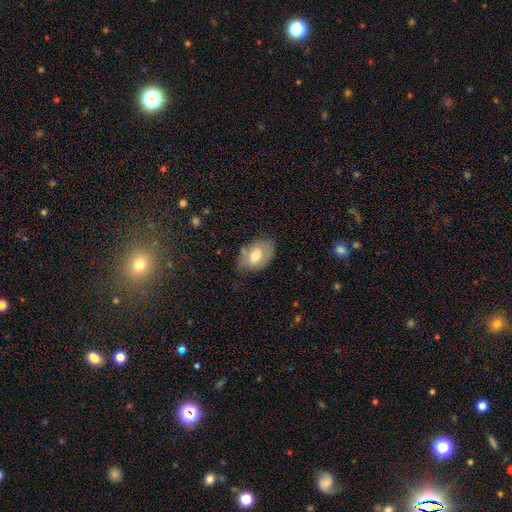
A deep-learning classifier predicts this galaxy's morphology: Smooth or featured? Predicted: smooth (p=0.57). How rounded? Predicted: in between (p=0.85). Merging? Predicted: none (p=0.62).